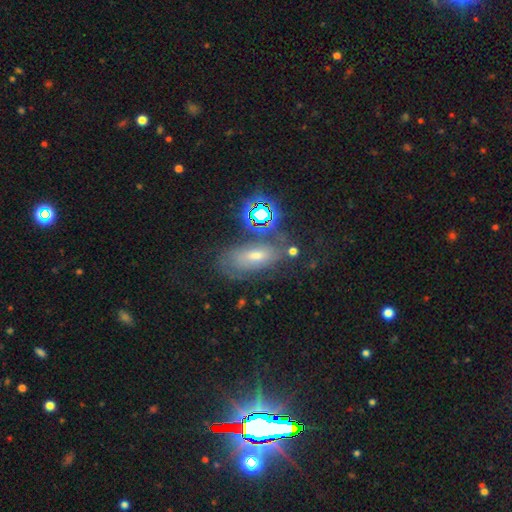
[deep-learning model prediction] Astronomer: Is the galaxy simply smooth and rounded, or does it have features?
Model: featured or disk — 40% (runner-up: smooth, 35%).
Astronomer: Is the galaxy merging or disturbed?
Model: none — 60%.